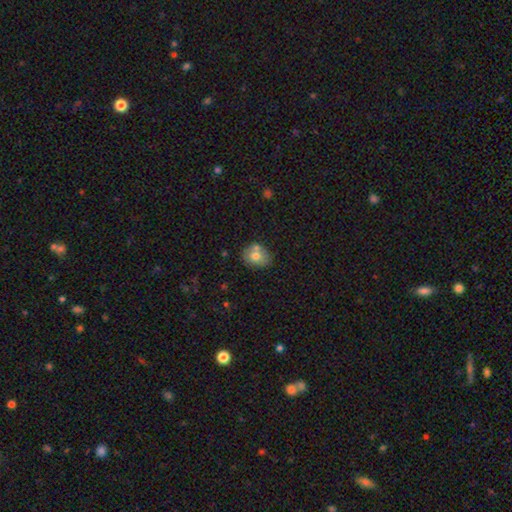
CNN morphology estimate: Overall: smooth (72%). How rounded: round (50%; in between 49%). Merging: none (64%).